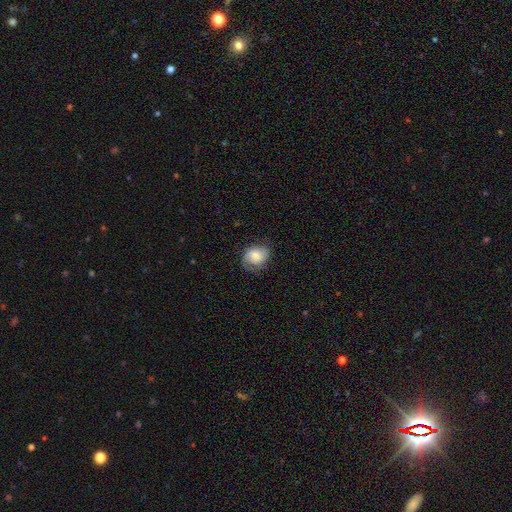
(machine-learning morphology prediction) smooth 58%, featured or disk 34%, star or artifact 8%. Down the decision tree: how rounded — round (50%, tied with in between); merging — none (59%).